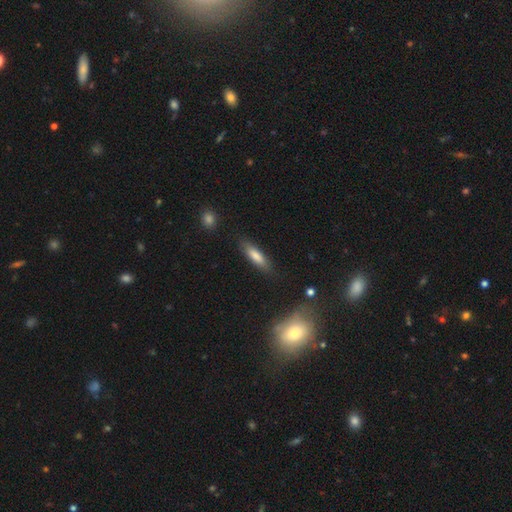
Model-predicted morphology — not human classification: This appears to be a smooth galaxy with no disk features (73%) that is cigar-shaped (67%). Merging: none (82%).